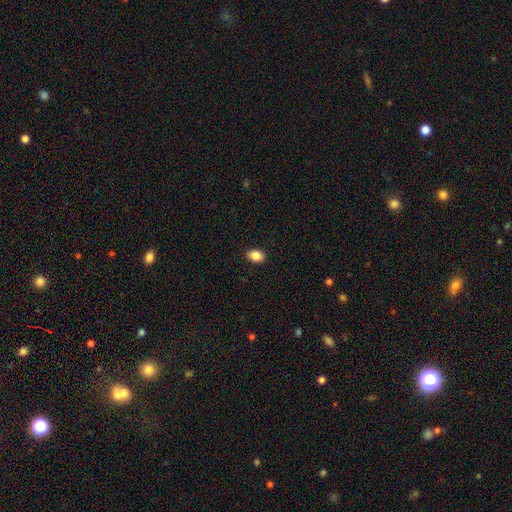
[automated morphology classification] Smooth or featured: smooth — 87% (star or artifact — 9%)
How rounded: in between — 79% (round — 20%)
Merging: none — 90% (minor disturbance — 7%)